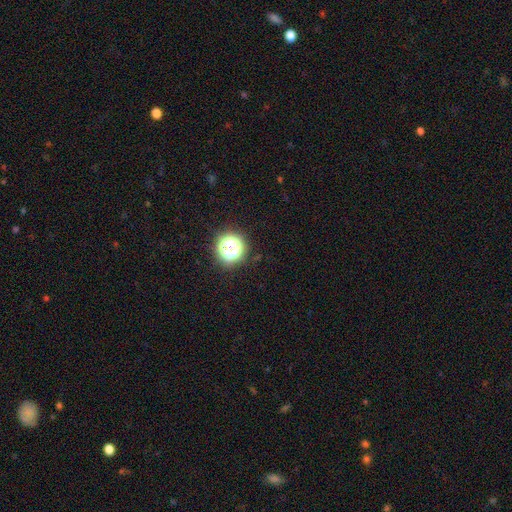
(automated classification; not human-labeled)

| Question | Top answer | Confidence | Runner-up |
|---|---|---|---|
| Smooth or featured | star or artifact | 75% | smooth (18%) |